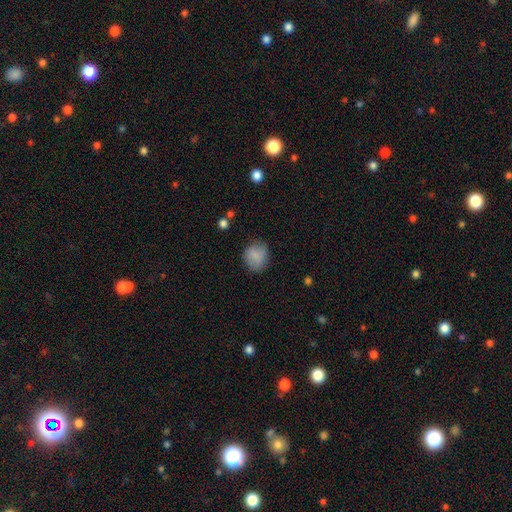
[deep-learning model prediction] Smooth or featured? Predicted: smooth (p=0.85). How rounded? Predicted: round (p=0.68). Merging? Predicted: none (p=0.74).